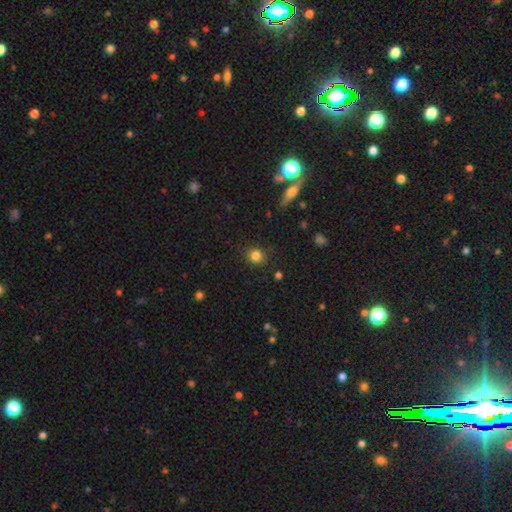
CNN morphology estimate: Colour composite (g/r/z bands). It shows a smooth galaxy with no disk features (83%) that is round (84%). Merging: none (86%).